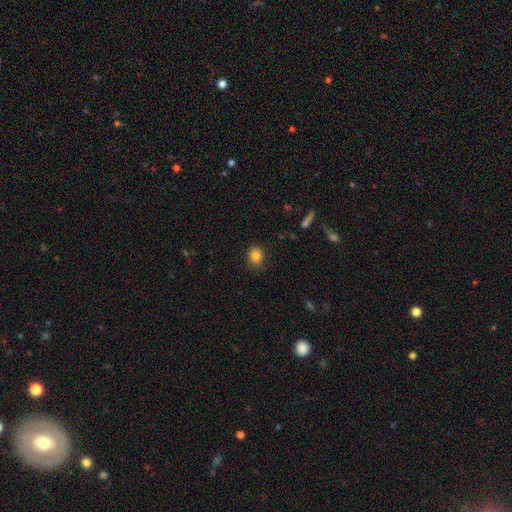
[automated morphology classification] Smooth or featured? Predicted: smooth (p=0.83). How rounded? Predicted: round (p=0.73). Merging? Predicted: none (p=0.83).